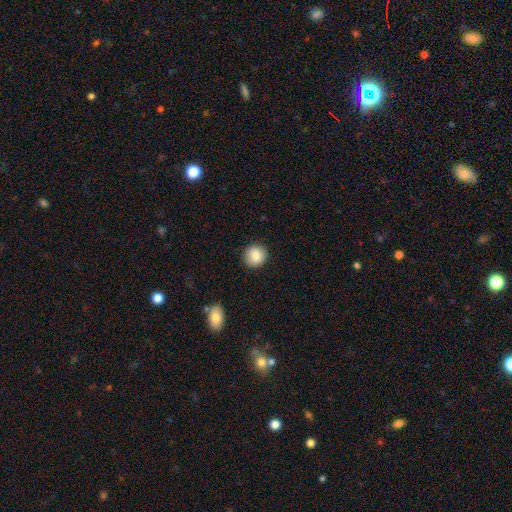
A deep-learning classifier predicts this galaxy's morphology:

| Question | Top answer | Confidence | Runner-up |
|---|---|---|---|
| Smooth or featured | smooth | 87% | star or artifact (8%) |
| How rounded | round | 91% | in between (8%) |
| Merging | none | 90% | minor disturbance (7%) |